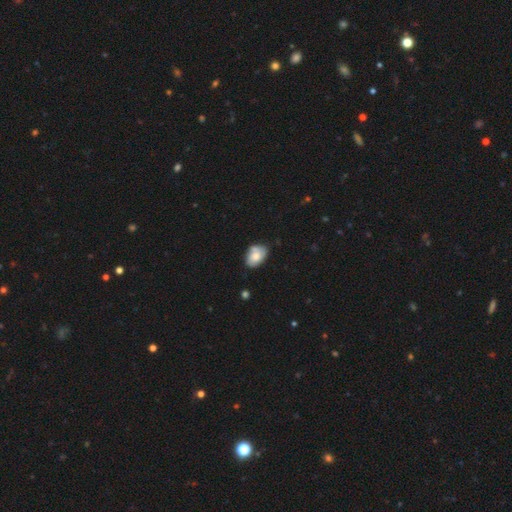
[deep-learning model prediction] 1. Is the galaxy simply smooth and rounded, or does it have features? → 64% smooth, 28% featured or disk, 7% star or artifact.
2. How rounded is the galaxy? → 81% in between, 17% round, 1% cigar-shaped.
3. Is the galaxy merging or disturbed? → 59% none, 28% minor disturbance, 7% merger, 6% major disturbance.